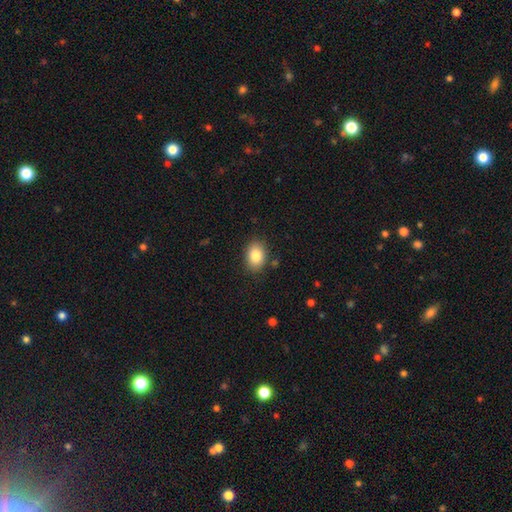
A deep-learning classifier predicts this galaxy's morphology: smooth 84%, star or artifact 8%, featured or disk 8%. Down the decision tree: how rounded — in between (74%); merging — none (85%).